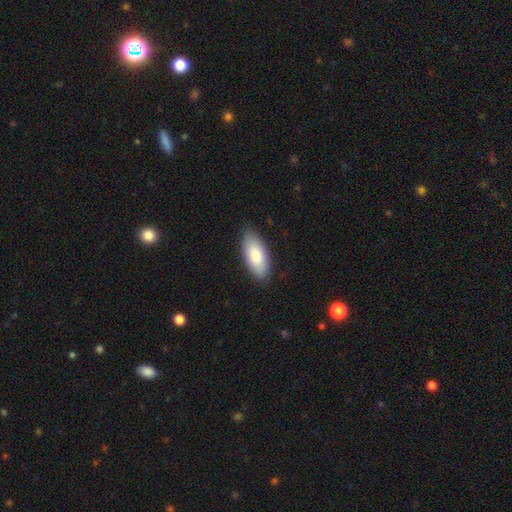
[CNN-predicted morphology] Q: Smooth or featured?
A: smooth (81%); runner-up: featured or disk (14%)
Q: How rounded?
A: in between (87%); runner-up: cigar-shaped (11%)
Q: Merging?
A: none (86%); runner-up: minor disturbance (11%)